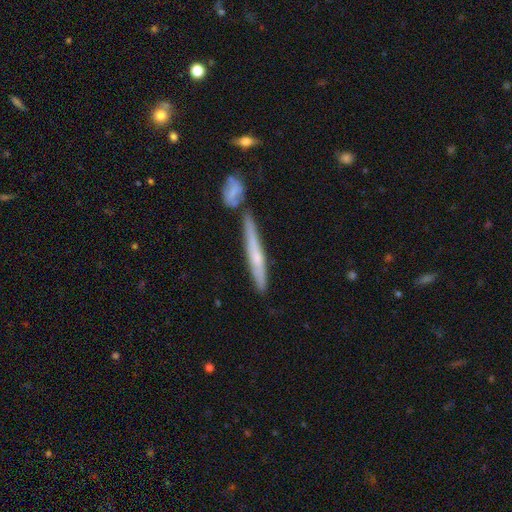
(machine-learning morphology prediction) A featured or disk galaxy (52%) viewed edge-on (92%). Merging: none (72%).